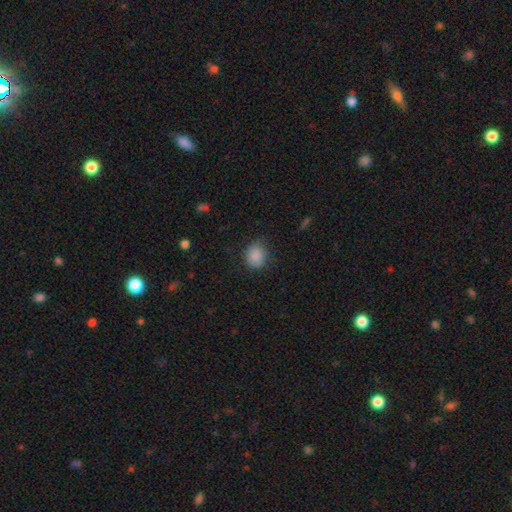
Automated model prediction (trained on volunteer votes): Smooth or featured? Predicted: smooth (p=0.86). How rounded? Predicted: round (p=0.69). Merging? Predicted: none (p=0.72).